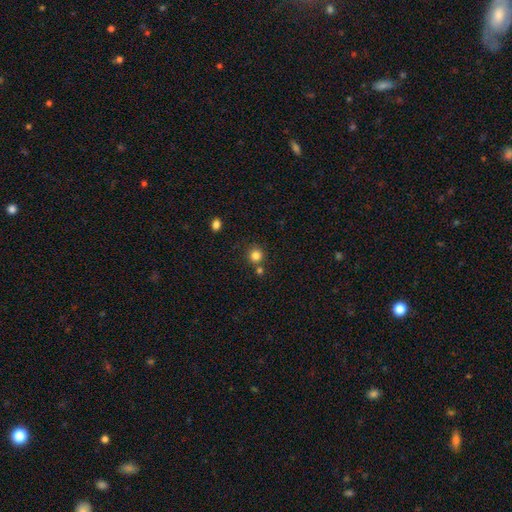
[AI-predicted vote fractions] A smooth galaxy with no disk features (82%) that is round (92%). Merging: none (73%).